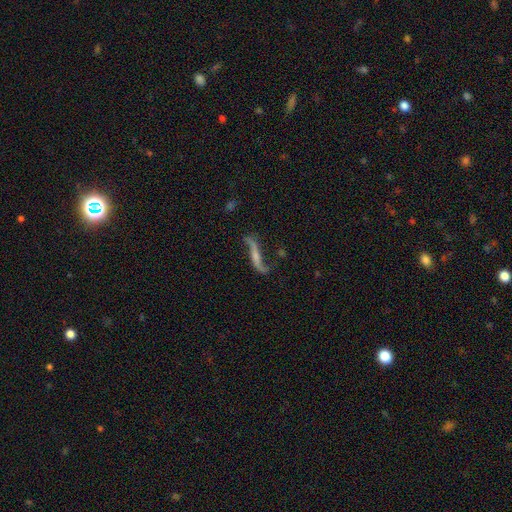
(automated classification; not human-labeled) Q: Smooth or featured?
A: featured or disk (81%); runner-up: smooth (12%)
Q: Edge-on disk?
A: no (72%); runner-up: yes (28%)
Q: Bar?
A: no (45%); runner-up: weak (28%)
Q: Spiral arms?
A: yes (92%); runner-up: no (8%)
Q: Spiral winding?
A: loose (93%); runner-up: medium (4%)
Q: Spiral arm count?
A: 2 (92%); runner-up: 1 (4%)
Q: Bulge size?
A: small (47%); runner-up: none (27%)
Q: Merging?
A: none (65%); runner-up: minor disturbance (19%)